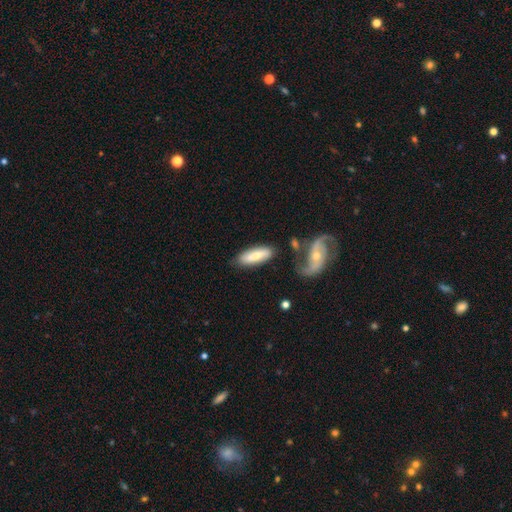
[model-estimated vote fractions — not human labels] Overall: smooth (64%; featured or disk 30%). How rounded: in between (56%; cigar-shaped 43%). Merging: none (74%).